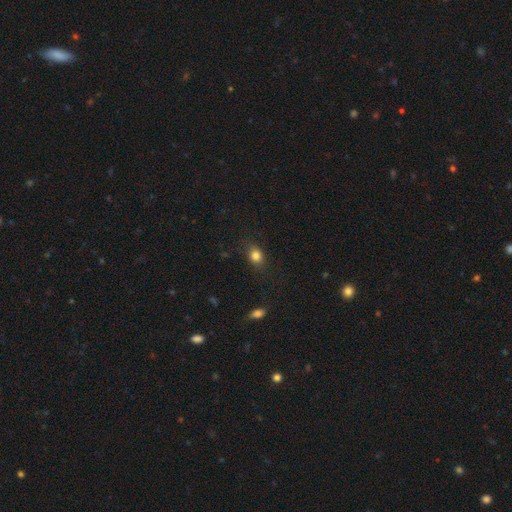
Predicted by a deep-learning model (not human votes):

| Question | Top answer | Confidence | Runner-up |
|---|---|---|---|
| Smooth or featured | smooth | 83% | star or artifact (11%) |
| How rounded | in between | 55% | round (43%) |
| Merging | none | 80% | minor disturbance (14%) |